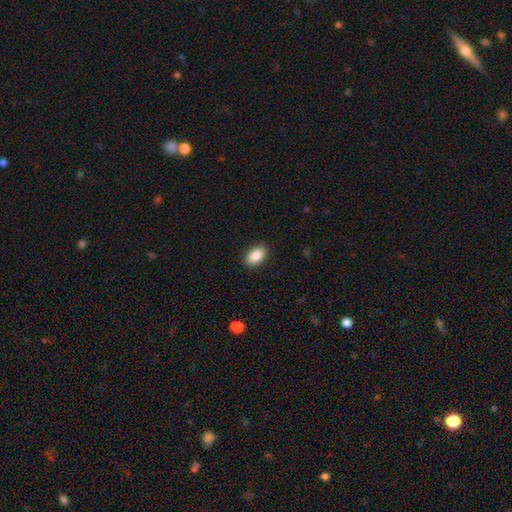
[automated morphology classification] Smooth or featured? smooth (89%)
How rounded? in between (93%)
Merging? none (89%)